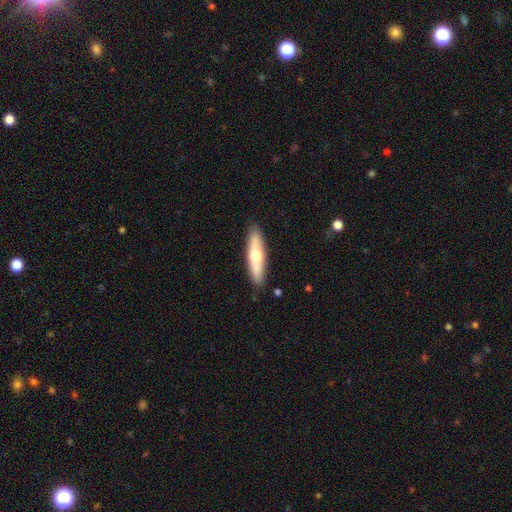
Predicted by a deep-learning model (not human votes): smooth-or-featured: smooth: 50% | featured or disk: 45% | star or artifact: 5%
  merging: none: 87% | minor disturbance: 9% | major disturbance: 2% | merger: 1%